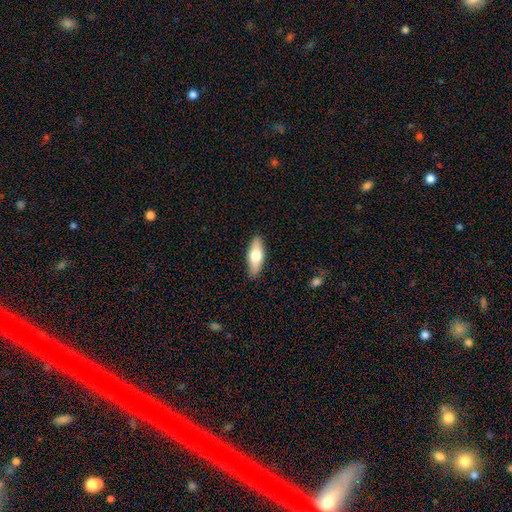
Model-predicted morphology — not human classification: Smooth or featured: smooth — 64% (featured or disk — 31%)
How rounded: in between — 66% (cigar-shaped — 31%)
Merging: none — 88% (minor disturbance — 9%)